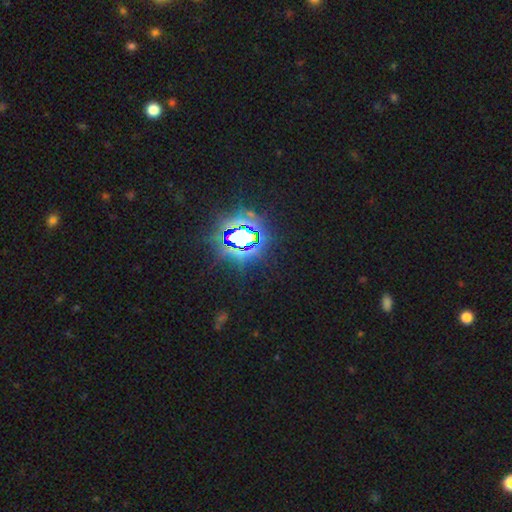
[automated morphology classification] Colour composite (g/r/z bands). It shows a star or artifact, not a galaxy (85%).